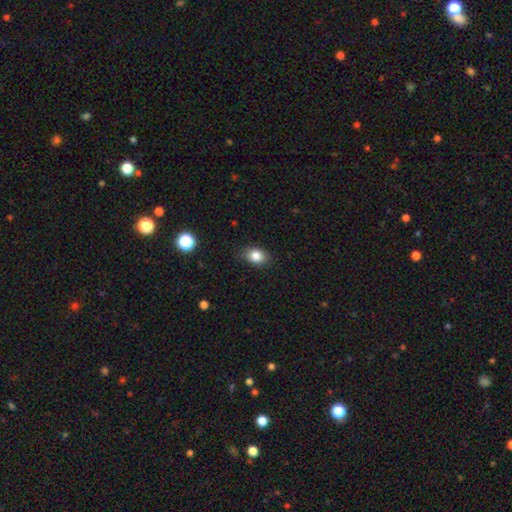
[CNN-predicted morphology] smooth-or-featured: smooth: 83% | star or artifact: 10% | featured or disk: 7%
  how-rounded: in between: 66% | round: 33% | cigar-shaped: 1%
  merging: none: 81% | minor disturbance: 15% | major disturbance: 3% | merger: 1%